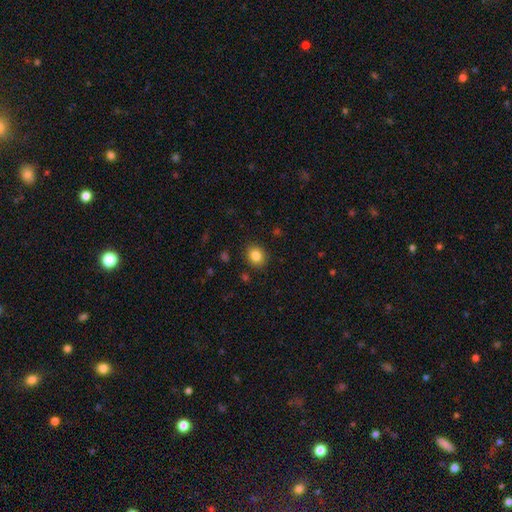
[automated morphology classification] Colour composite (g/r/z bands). It shows a smooth galaxy with no disk features (84%) that is round (71%). Merging: none (89%).